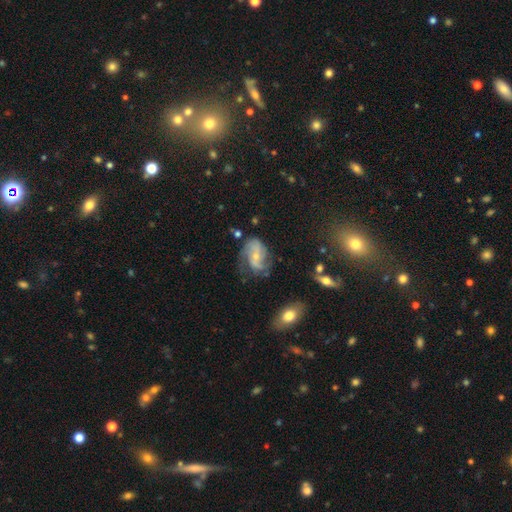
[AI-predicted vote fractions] The model was most divided on "spiral winding": medium: 44%, loose: 30%, tight: 26%. More confident: edge-on disk — no (97%); spiral arms — yes (92%); smooth or featured — featured or disk (76%); bulge size — small (67%); bar — no (57%); merging — none (56%); spiral arm count — 2 (53%).